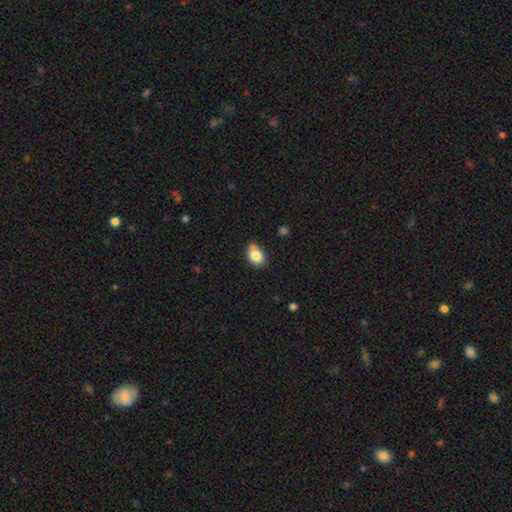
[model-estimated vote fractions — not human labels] The model was most divided on "merging": none: 60%, minor disturbance: 29%, merger: 5%, major disturbance: 5%. More confident: smooth or featured — smooth (84%); how rounded — in between (82%).